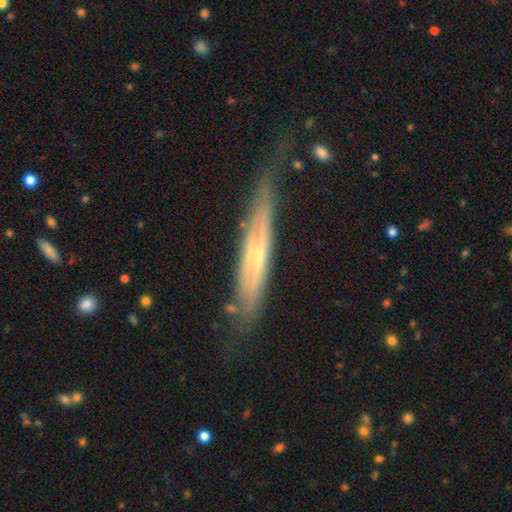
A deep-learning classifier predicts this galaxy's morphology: Overall: featured or disk (68%). Edge-on disk: yes (84%). Edge-on bulge: rounded (46%; none 44%). Merging: none (62%; minor disturbance 26%).